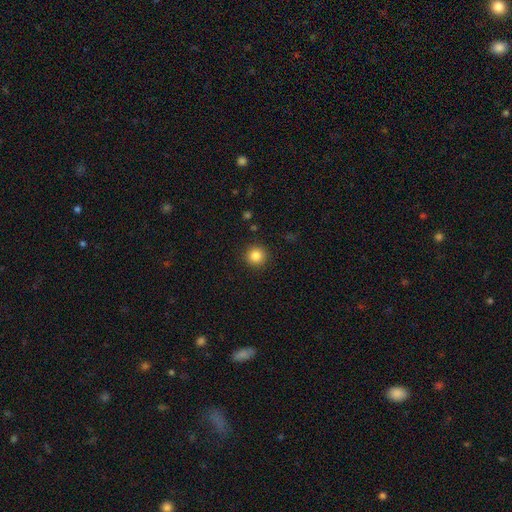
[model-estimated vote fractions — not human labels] A smooth galaxy with no disk features (85%) that is round (95%).

Vote fractions:
- Smooth or featured? smooth: 85% / star or artifact: 10% / featured or disk: 4%
- How rounded? round: 95% / in between: 4% / cigar-shaped: 1%
- Merging? none: 91% / minor disturbance: 5% / major disturbance: 2% / merger: 1%